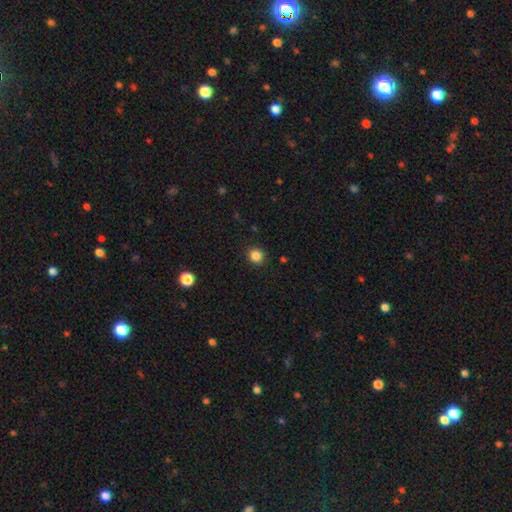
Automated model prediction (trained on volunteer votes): smooth-or-featured: smooth: 85% | star or artifact: 11% | featured or disk: 3%
  how-rounded: round: 87% | in between: 12% | cigar-shaped: 1%
  merging: none: 90% | minor disturbance: 7% | major disturbance: 2% | merger: 1%